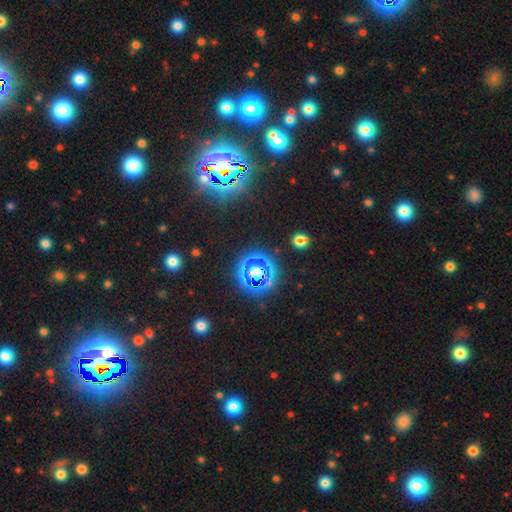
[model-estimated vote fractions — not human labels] smooth-or-featured: star or artifact: 75% | smooth: 19% | featured or disk: 7%